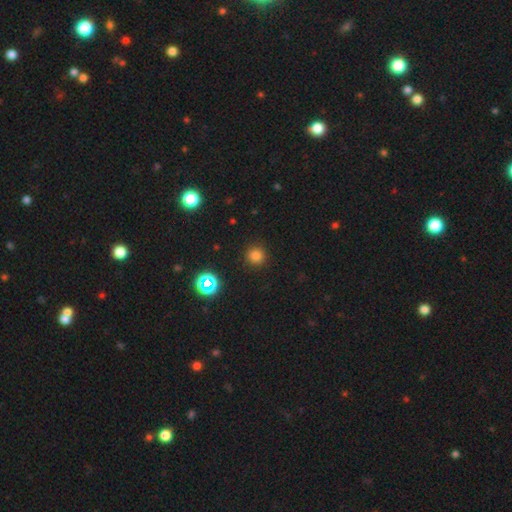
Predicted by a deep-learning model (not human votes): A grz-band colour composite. It shows a smooth galaxy with no disk features (78%) that is round (95%). Merging: none (91%).